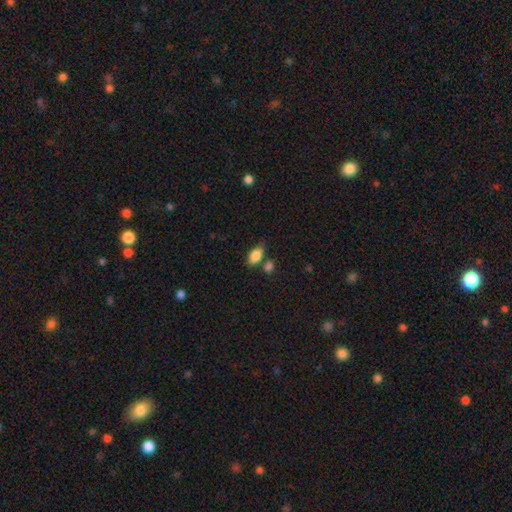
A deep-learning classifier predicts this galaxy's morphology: type=smooth (85%); roundness=in between (90%); merging=none (60%).